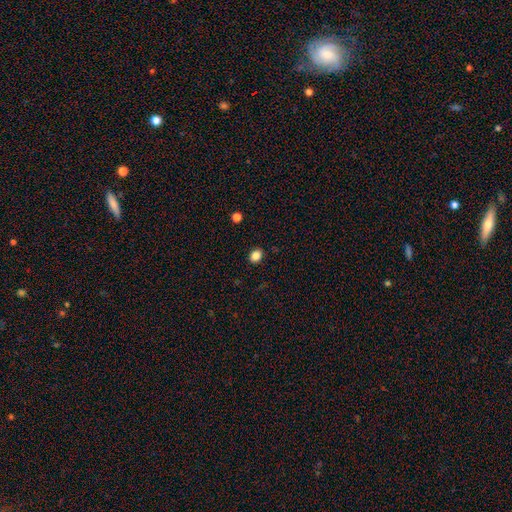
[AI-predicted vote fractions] Smooth or featured? smooth (85%)
How rounded? in between (53%)
Merging? none (89%)